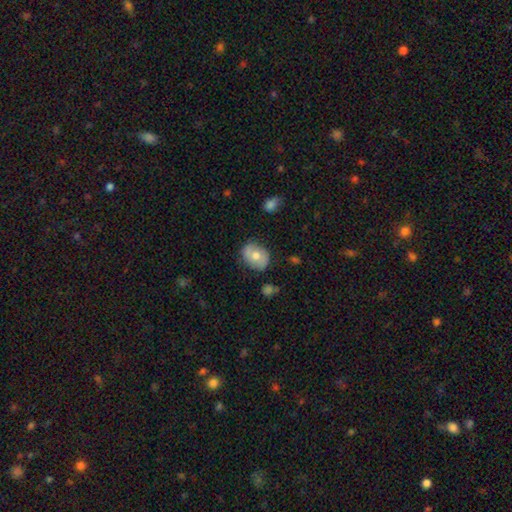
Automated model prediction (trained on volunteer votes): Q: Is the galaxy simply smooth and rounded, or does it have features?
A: smooth — 61%.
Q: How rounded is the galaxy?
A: in between — 58%.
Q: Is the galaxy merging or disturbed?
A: none — 77%.